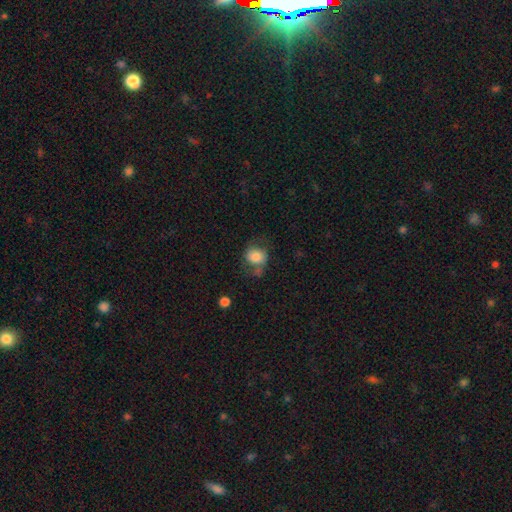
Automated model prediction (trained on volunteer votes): smooth 71%, featured or disk 20%, star or artifact 8%. Down the decision tree: how rounded — round (69%); merging — none (52%).